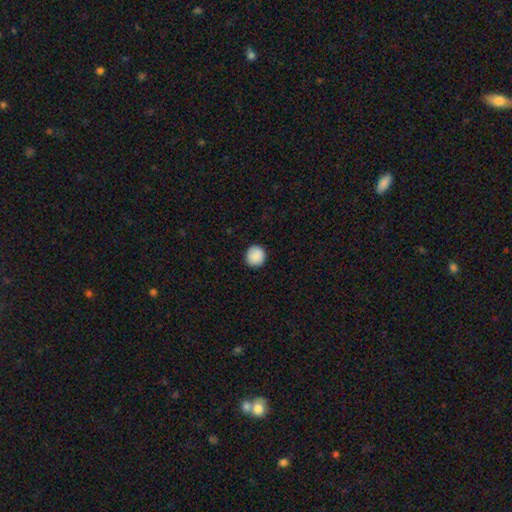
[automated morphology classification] A smooth galaxy with no disk features (89%) that is round (92%). Merging: none (90%).